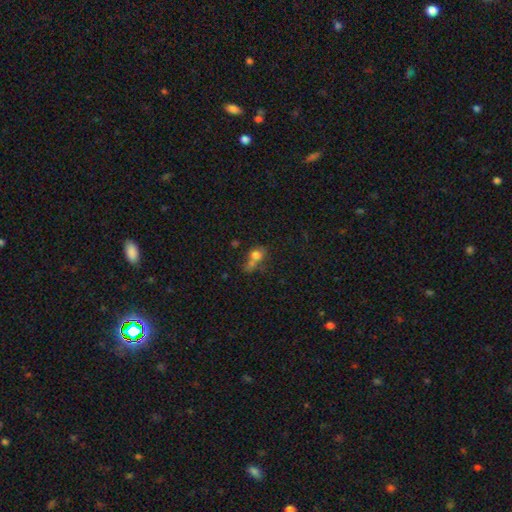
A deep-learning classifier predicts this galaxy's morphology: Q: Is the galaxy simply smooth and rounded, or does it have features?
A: smooth — 72%.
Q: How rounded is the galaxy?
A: round — 51%.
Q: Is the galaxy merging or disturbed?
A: merger — 48%.